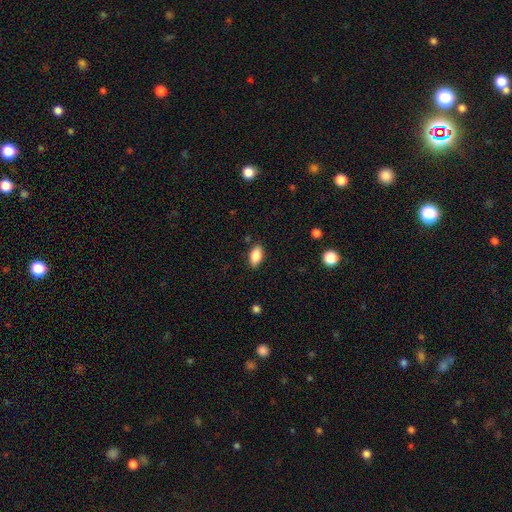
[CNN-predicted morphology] Smooth or featured: smooth — 87% (star or artifact — 7%)
How rounded: in between — 92% (round — 4%)
Merging: none — 87% (minor disturbance — 10%)